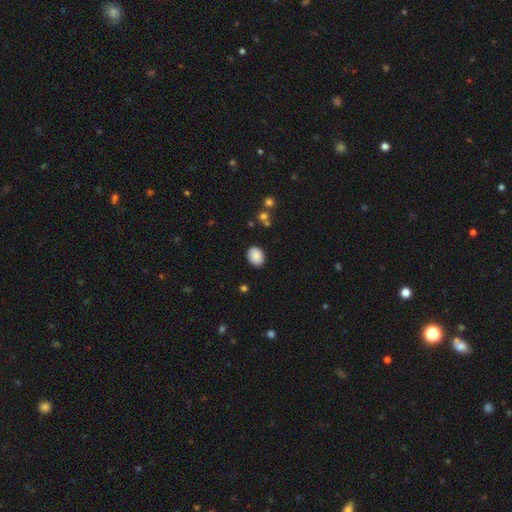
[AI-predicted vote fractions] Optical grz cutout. It shows a smooth galaxy with no disk features (87%) that is in between round and cigar-shaped (60%). Merging: none (87%).